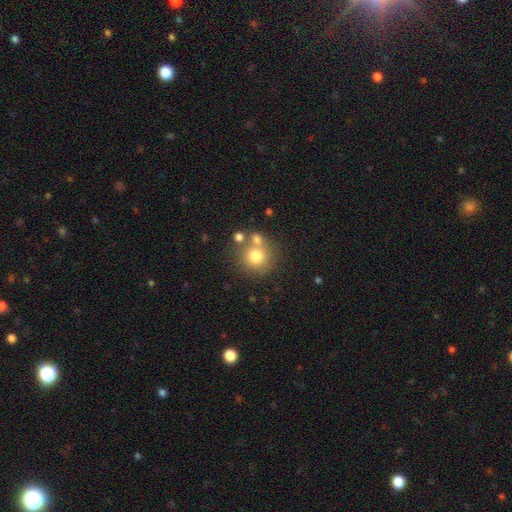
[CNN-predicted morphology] Q: Smooth or featured?
A: smooth (75%); runner-up: star or artifact (13%)
Q: How rounded?
A: round (89%); runner-up: in between (10%)
Q: Merging?
A: none (62%); runner-up: merger (24%)